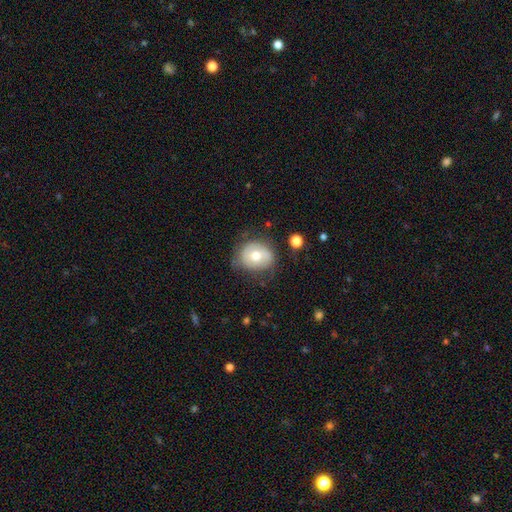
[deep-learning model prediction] Morphology: type=smooth (63%); roundness=round (68%); merging=none (67%).